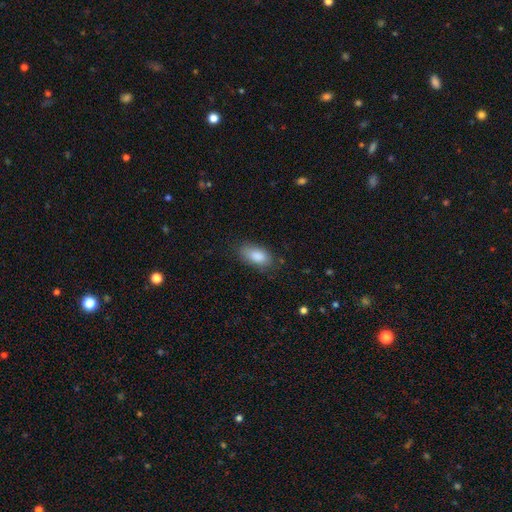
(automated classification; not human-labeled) A smooth galaxy with no disk features (87%) that is in between round and cigar-shaped (92%). Merging: none (77%).